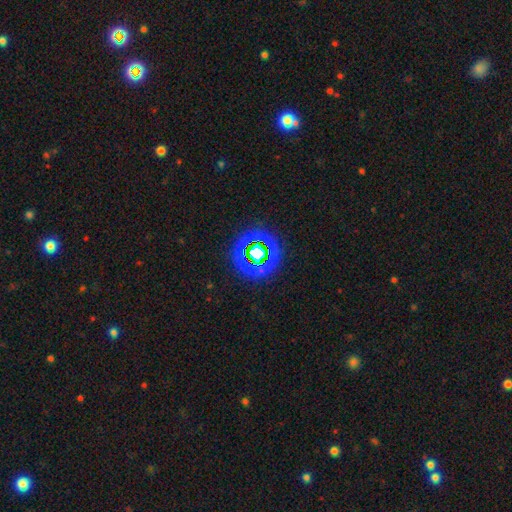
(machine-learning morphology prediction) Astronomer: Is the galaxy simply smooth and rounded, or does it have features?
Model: star or artifact — 74%.